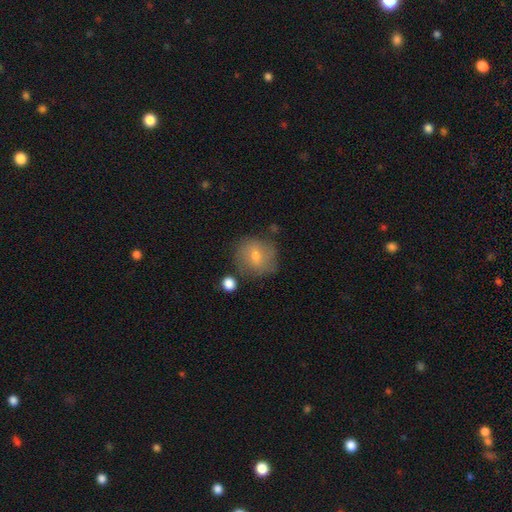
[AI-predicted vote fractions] This is likely a smooth galaxy (61%). How rounded: clearly round (82%). Merging: likely none (72%).